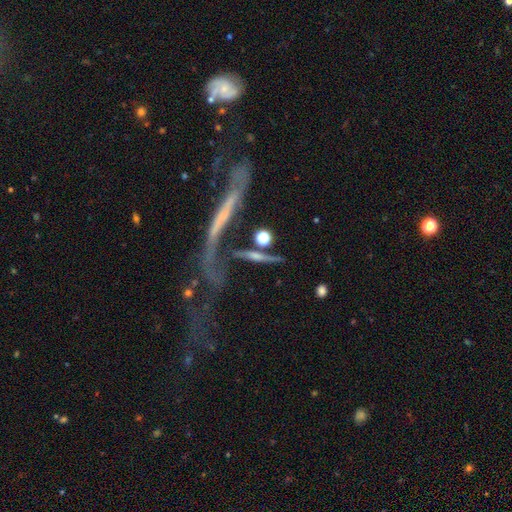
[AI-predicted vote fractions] Morphology: type=featured or disk (63%); edge-on=no (58%); merging=major disturbance (35%).